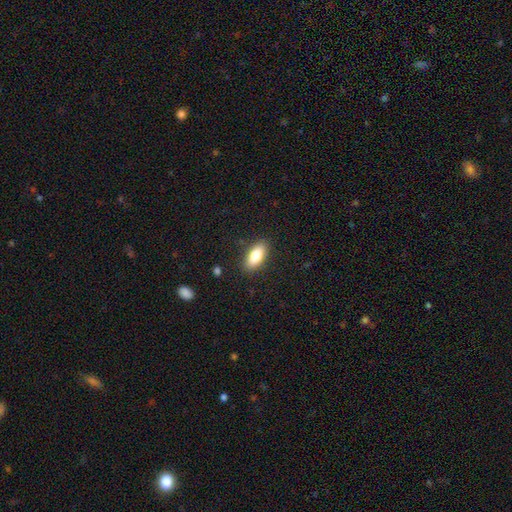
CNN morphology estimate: Smooth or featured: smooth — 82% (featured or disk — 11%)
How rounded: in between — 87% (cigar-shaped — 10%)
Merging: none — 87% (minor disturbance — 10%)